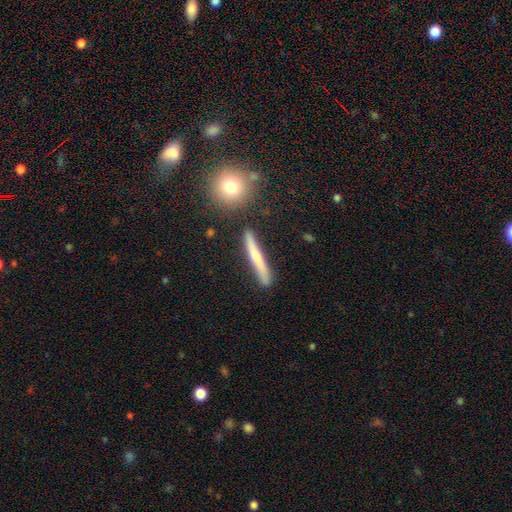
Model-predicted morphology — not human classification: This appears to be a featured or disk galaxy (48%). Merging: none (83%).